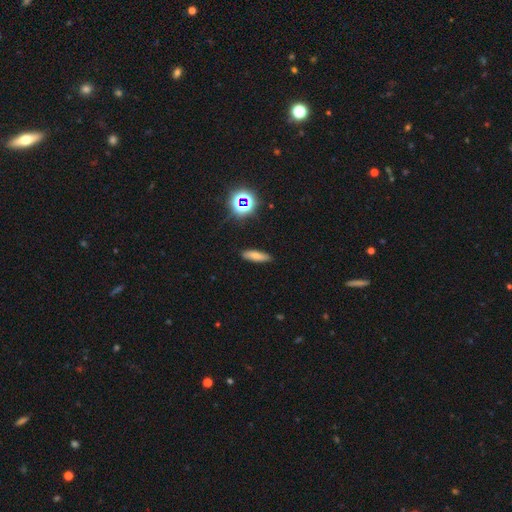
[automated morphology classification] smooth_or_featured: smooth (p=0.72) [alt: star or artifact p=0.15]
how_rounded: cigar-shaped (p=0.58) [alt: in between p=0.38]
merging: none (p=0.87) [alt: minor disturbance p=0.10]